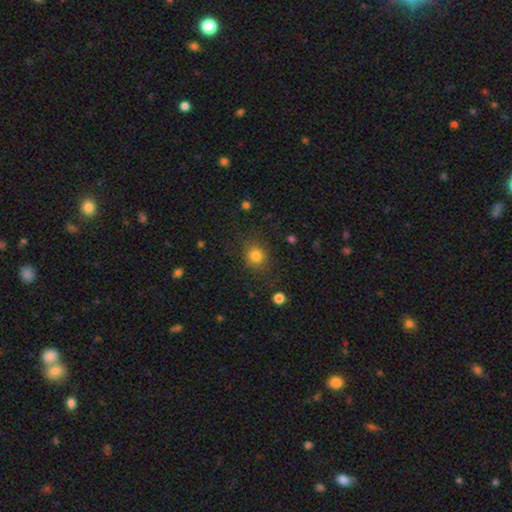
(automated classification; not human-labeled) smooth 81%, star or artifact 13%, featured or disk 7%. Down the decision tree: how rounded — round (75%); merging — none (81%).